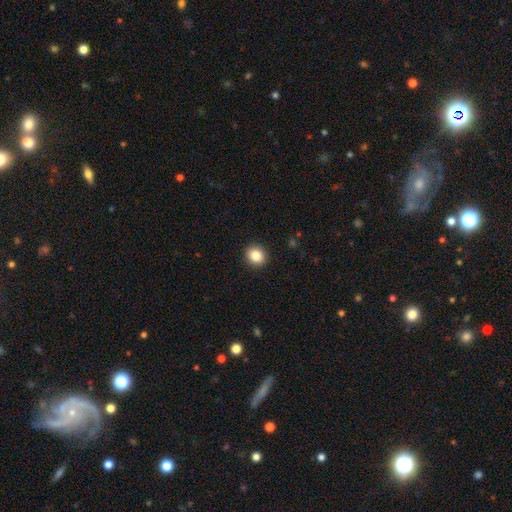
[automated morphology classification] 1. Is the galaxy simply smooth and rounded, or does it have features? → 86% smooth, 10% star or artifact, 5% featured or disk.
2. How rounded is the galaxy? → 82% round, 17% in between, 1% cigar-shaped.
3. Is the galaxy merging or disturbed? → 92% none, 5% minor disturbance, 2% major disturbance, 1% merger.